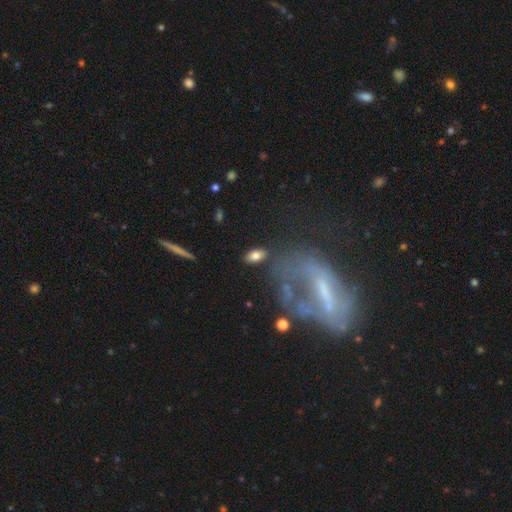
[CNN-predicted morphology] Smooth or featured?
  - smooth: 78% *
  - featured or disk: 13%
  - star or artifact: 8%
How rounded?
  - in between: 91% *
  - round: 5%
  - cigar-shaped: 4%
Merging?
  - none: 81% *
  - minor disturbance: 11%
  - major disturbance: 4%
  - merger: 4%